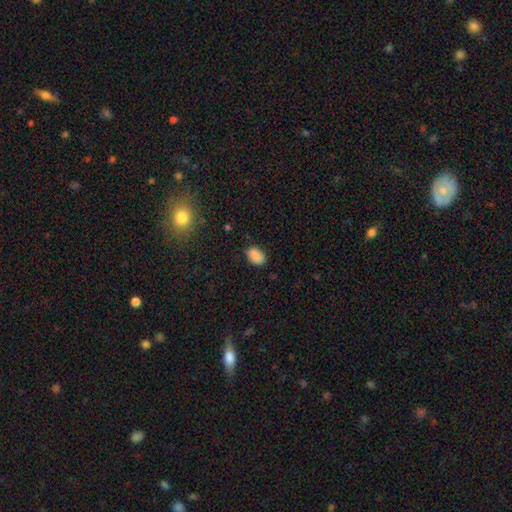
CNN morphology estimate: Smooth or featured? smooth (87%)
How rounded? in between (87%)
Merging? none (82%)